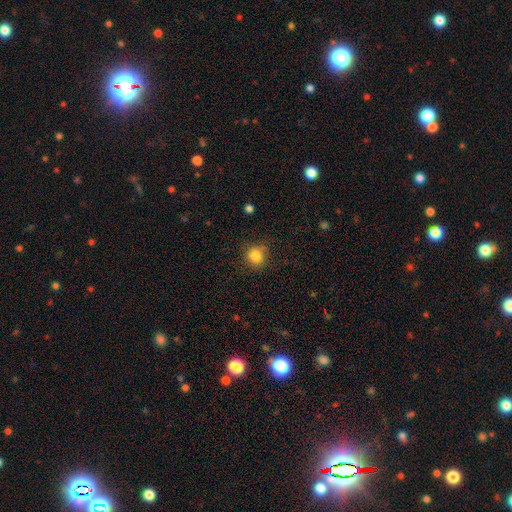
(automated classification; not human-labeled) smooth-or-featured: smooth: 84% | star or artifact: 11% | featured or disk: 5%
  how-rounded: round: 88% | in between: 11% | cigar-shaped: 1%
  merging: none: 79% | minor disturbance: 15% | major disturbance: 5% | merger: 2%